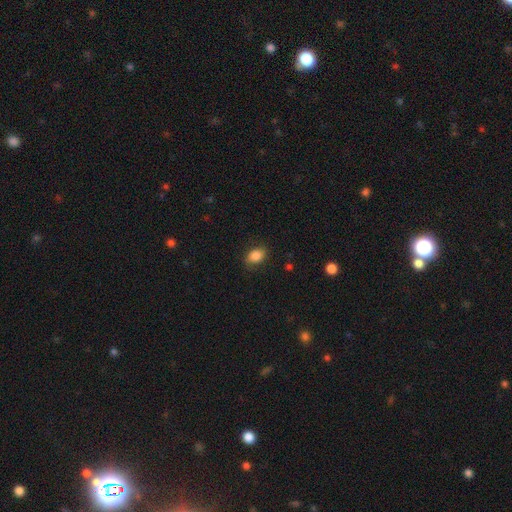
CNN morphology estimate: Q: Smooth or featured?
A: smooth (85%); runner-up: star or artifact (8%)
Q: How rounded?
A: in between (77%); runner-up: round (22%)
Q: Merging?
A: none (81%); runner-up: minor disturbance (14%)